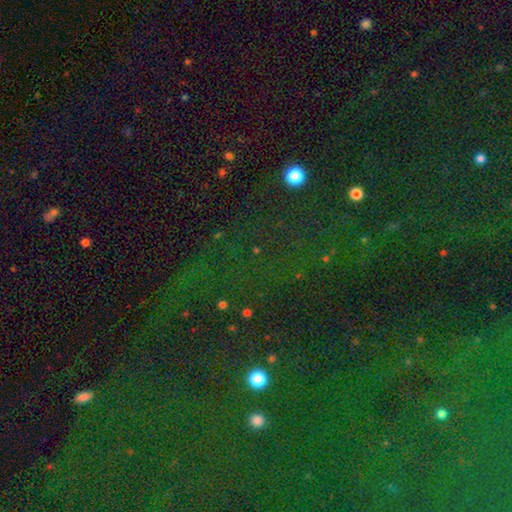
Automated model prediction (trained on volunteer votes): smooth_or_featured: star or artifact (p=0.76) [alt: smooth p=0.15]